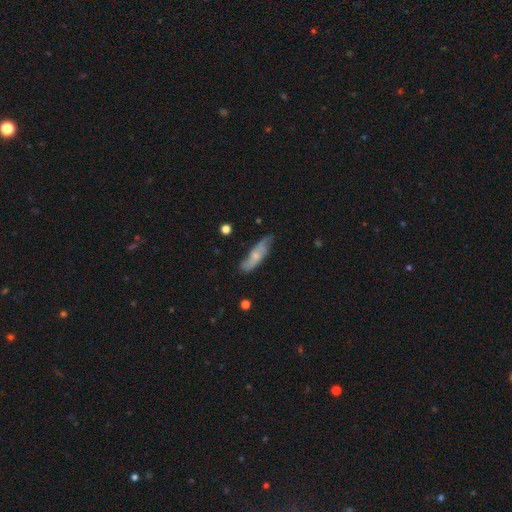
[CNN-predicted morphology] Smooth or featured? smooth (48%)
Merging? none (68%)